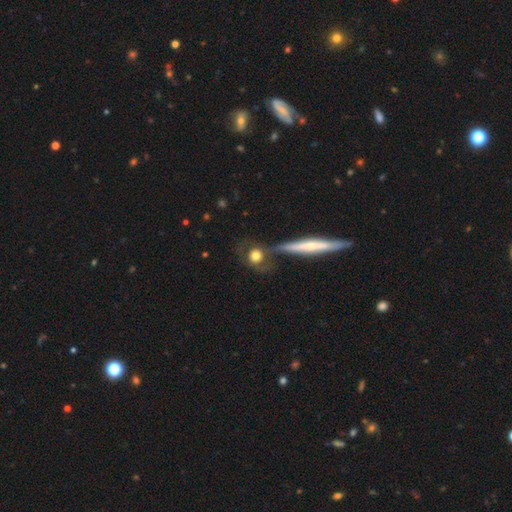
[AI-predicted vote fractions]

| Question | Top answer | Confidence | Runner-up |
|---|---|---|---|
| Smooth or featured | smooth | 64% | featured or disk (27%) |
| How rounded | round | 76% | in between (17%) |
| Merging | none | 52% | merger (22%) |